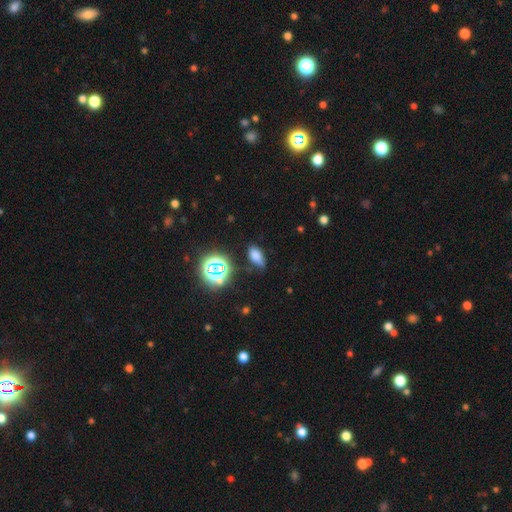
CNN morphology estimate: A smooth galaxy with no disk features (68%) that is in between round and cigar-shaped (85%). Merging: none (68%).